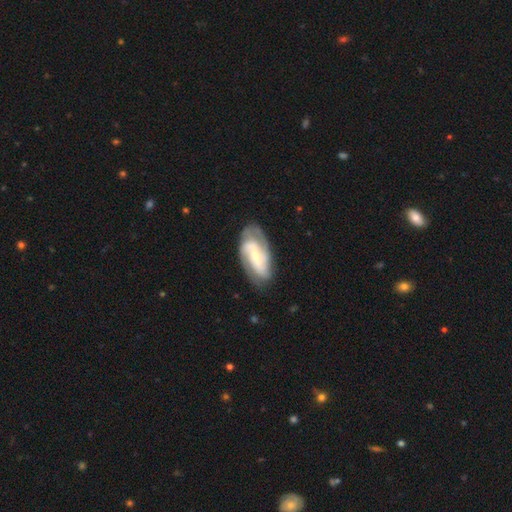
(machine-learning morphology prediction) Smooth or featured? featured or disk (76%)
Edge-on disk? no (95%)
Bar? weak (38%)
Spiral arms? yes (93%)
Spiral winding? medium (43%)
Spiral arm count? 2 (55%)
Bulge size? small (60%)
Merging? none (71%)